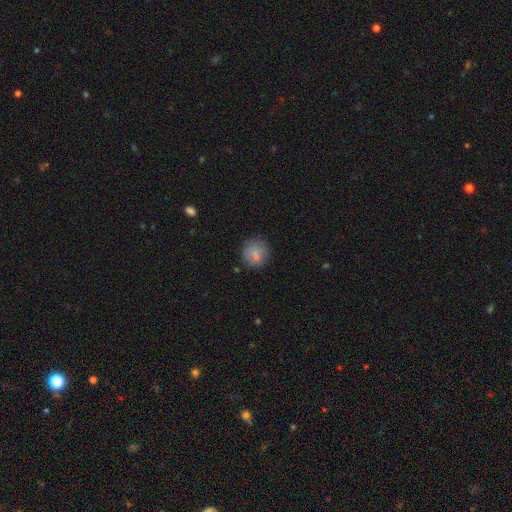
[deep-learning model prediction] Overall: smooth (80%). How rounded: round (89%). Merging: none (80%).